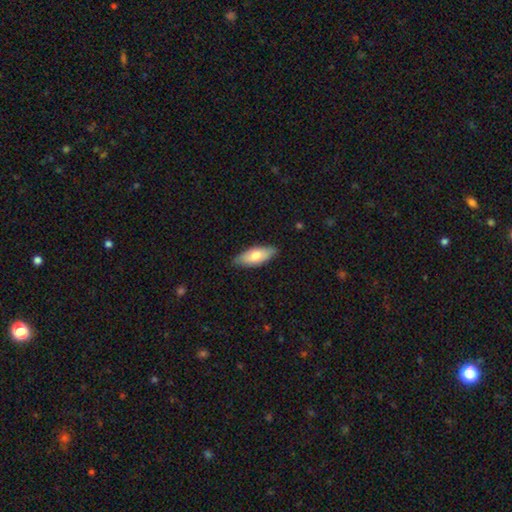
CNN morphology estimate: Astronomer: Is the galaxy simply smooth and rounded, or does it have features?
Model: smooth — 71%.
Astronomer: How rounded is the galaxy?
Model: in between — 78%.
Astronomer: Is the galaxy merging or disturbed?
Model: none — 84%.